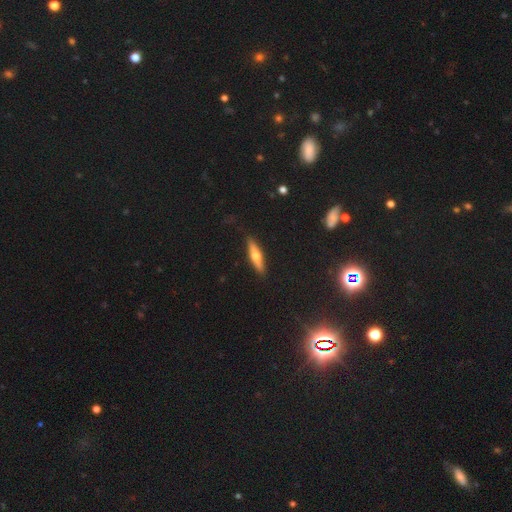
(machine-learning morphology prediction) Q: Smooth or featured?
A: featured or disk (49%); runner-up: smooth (45%)
Q: Merging?
A: none (89%); runner-up: minor disturbance (8%)